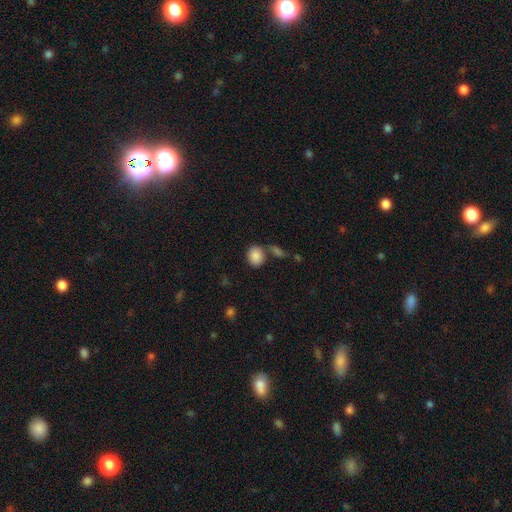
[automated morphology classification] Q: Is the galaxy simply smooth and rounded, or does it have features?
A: smooth — 87%.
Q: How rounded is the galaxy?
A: round — 52%.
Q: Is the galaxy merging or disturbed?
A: none — 63%.